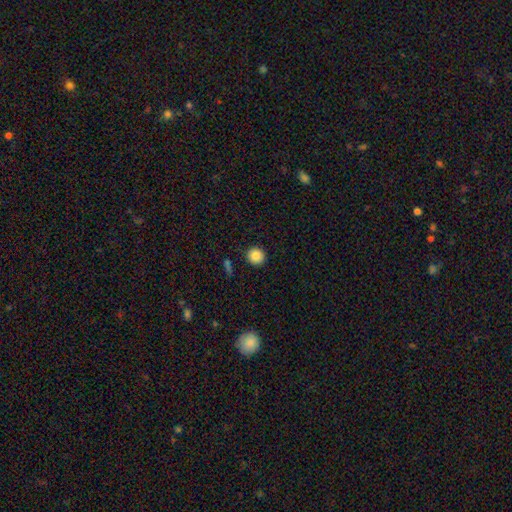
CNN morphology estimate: smooth 86%, star or artifact 9%, featured or disk 4%. Down the decision tree: how rounded — round (92%); merging — none (90%).